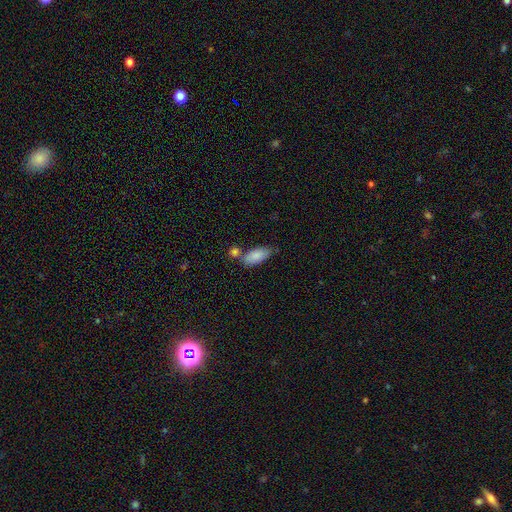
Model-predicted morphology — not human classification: smooth 86%, featured or disk 8%, star or artifact 6%. Down the decision tree: how rounded — in between (87%); merging — none (57%).